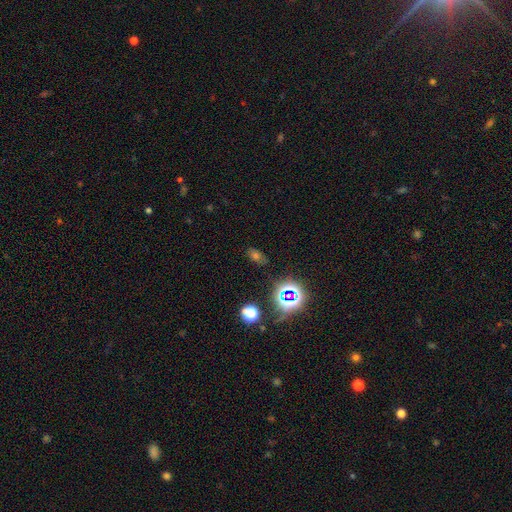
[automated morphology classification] Smooth or featured?
  - star or artifact: 45% *
  - smooth: 42%
  - featured or disk: 13%